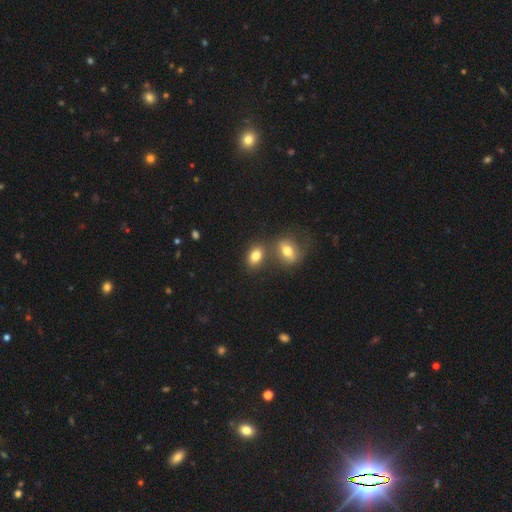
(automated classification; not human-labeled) The model was most divided on "merging": none: 55%, merger: 30%, minor disturbance: 11%, major disturbance: 4%. More confident: smooth or featured — smooth (80%); how rounded — in between (77%).